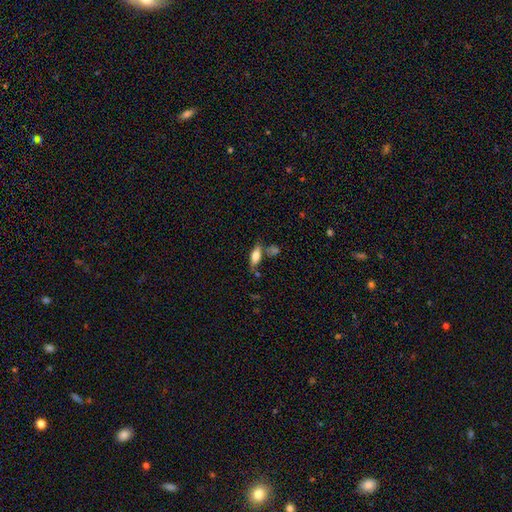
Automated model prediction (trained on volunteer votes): This is likely a smooth galaxy (64%). How rounded: likely in between (71%). Merging: likely none (64%).